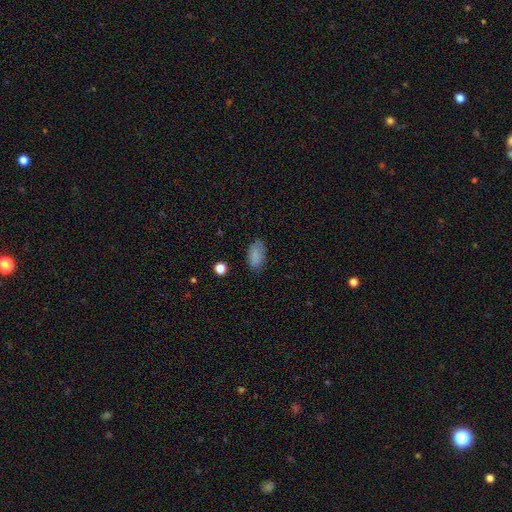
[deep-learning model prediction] Smooth or featured? Predicted: smooth (p=0.82). How rounded? Predicted: in between (p=0.92). Merging? Predicted: none (p=0.77).